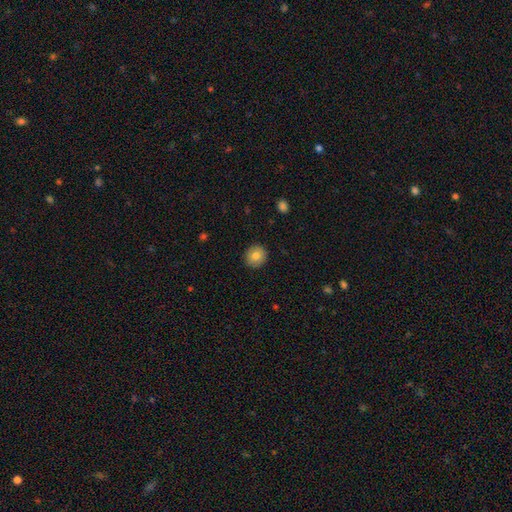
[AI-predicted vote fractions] Q: Smooth or featured?
A: smooth (80%); runner-up: featured or disk (11%)
Q: How rounded?
A: round (87%); runner-up: in between (12%)
Q: Merging?
A: none (87%); runner-up: minor disturbance (10%)